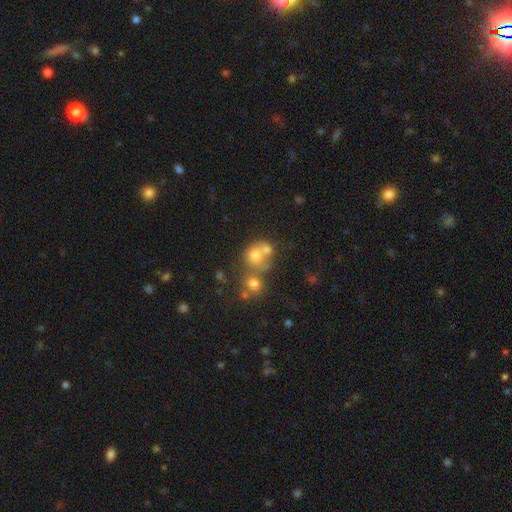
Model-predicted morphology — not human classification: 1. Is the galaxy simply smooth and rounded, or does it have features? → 64% smooth, 21% featured or disk, 15% star or artifact.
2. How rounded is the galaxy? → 72% round, 27% in between, 1% cigar-shaped.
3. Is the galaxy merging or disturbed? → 52% merger, 33% none, 9% minor disturbance, 6% major disturbance.